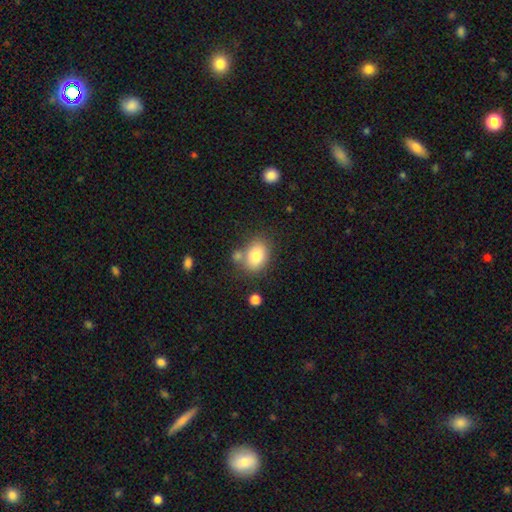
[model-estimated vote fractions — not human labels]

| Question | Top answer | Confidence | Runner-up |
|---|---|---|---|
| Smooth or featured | smooth | 80% | featured or disk (11%) |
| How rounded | in between | 75% | round (24%) |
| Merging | none | 62% | merger (17%) |